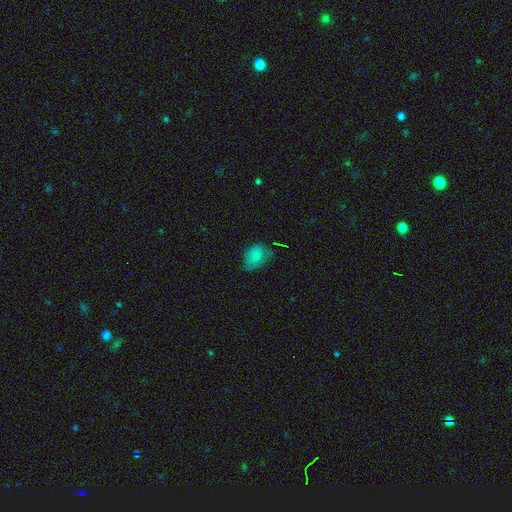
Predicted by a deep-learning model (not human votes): smooth-or-featured: smooth: 76% | featured or disk: 13% | star or artifact: 11%
  how-rounded: in between: 73% | round: 26% | cigar-shaped: 1%
  merging: none: 54% | minor disturbance: 33% | major disturbance: 11% | merger: 2%